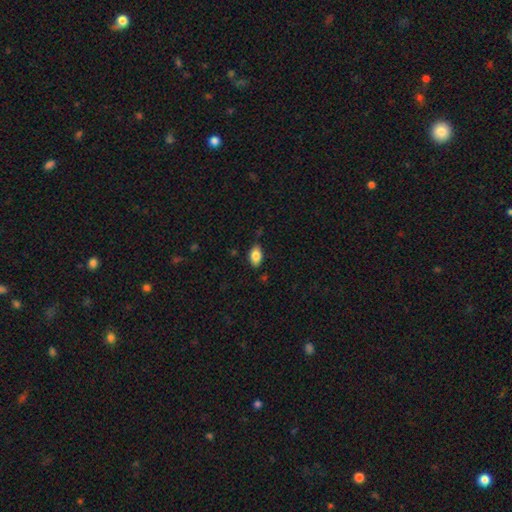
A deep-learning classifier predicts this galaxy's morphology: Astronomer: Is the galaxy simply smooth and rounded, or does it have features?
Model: smooth — 84%.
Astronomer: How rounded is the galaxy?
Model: in between — 91%.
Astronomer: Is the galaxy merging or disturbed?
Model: none — 79%.